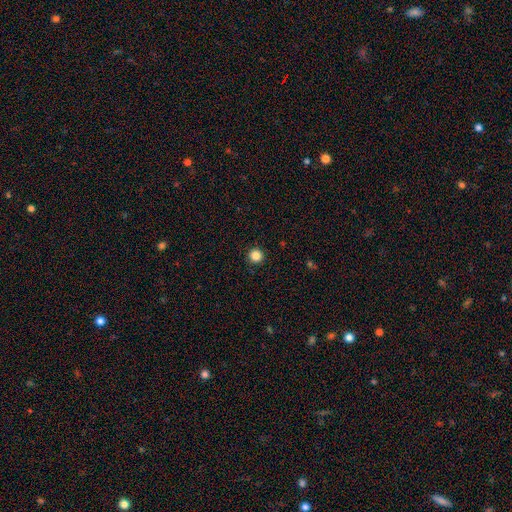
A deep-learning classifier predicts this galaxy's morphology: smooth-or-featured: smooth: 85% | star or artifact: 11% | featured or disk: 3%
  how-rounded: round: 96% | in between: 3% | cigar-shaped: 1%
  merging: none: 93% | minor disturbance: 4% | major disturbance: 2% | merger: 1%